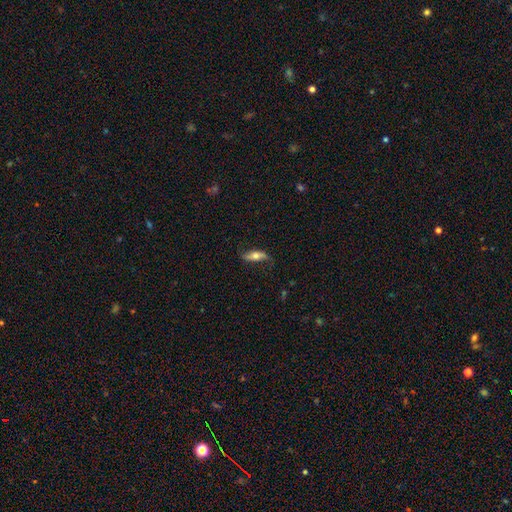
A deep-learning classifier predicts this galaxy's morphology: The model was most divided on "smooth or featured": featured or disk: 47%, smooth: 46%, star or artifact: 7%. More confident: merging — none (70%).